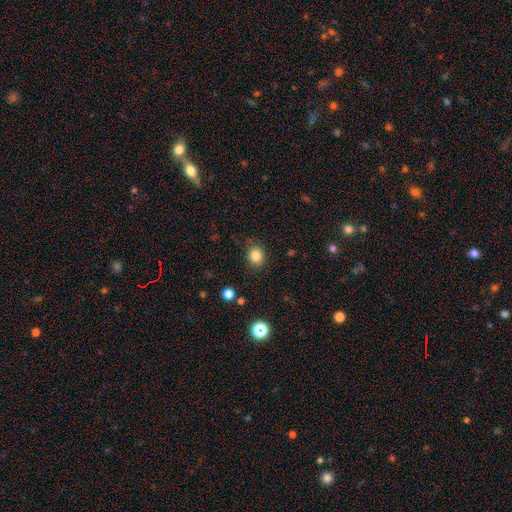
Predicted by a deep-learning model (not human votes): Smooth or featured? smooth (84%)
How rounded? round (70%)
Merging? none (82%)